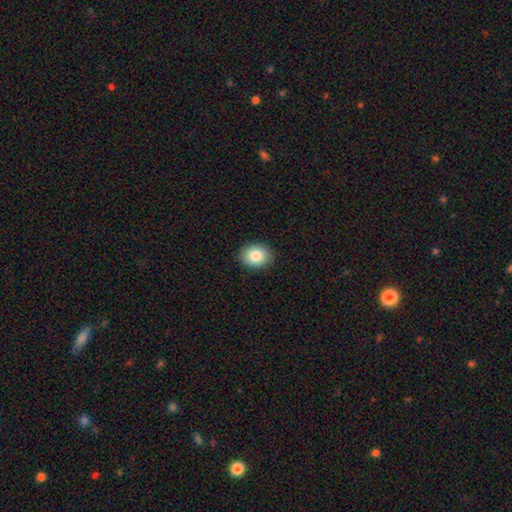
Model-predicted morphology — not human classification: This appears to be a smooth galaxy with no disk features (84%) that is in between round and cigar-shaped (50%). Merging: none (90%).